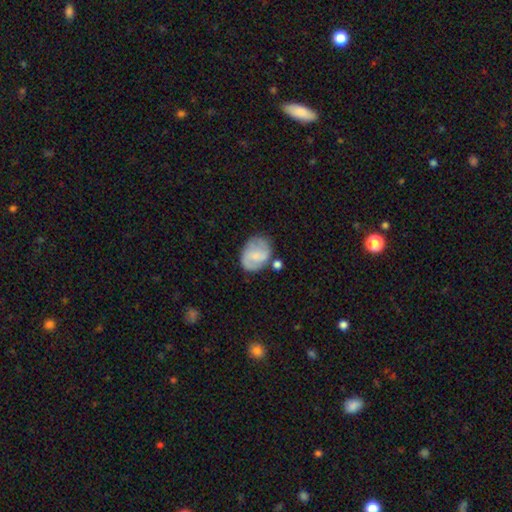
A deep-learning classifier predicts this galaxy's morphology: Overall: smooth (52%; featured or disk 40%). How rounded: in between (61%; round 38%). Merging: none (55%; minor disturbance 23%).